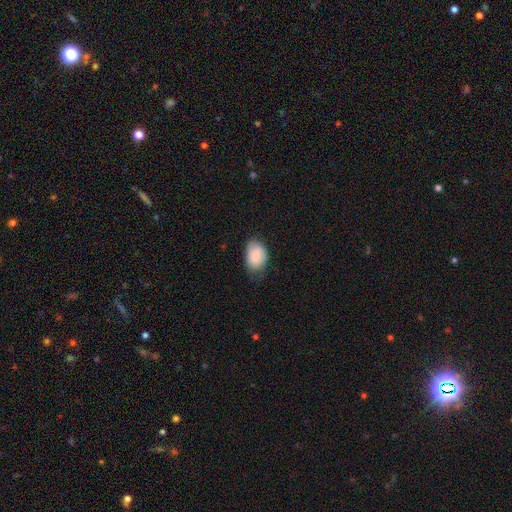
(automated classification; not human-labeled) The model was most divided on "merging": none: 54%, minor disturbance: 36%, major disturbance: 8%, merger: 1%. More confident: smooth or featured — smooth (84%); how rounded — in between (84%).